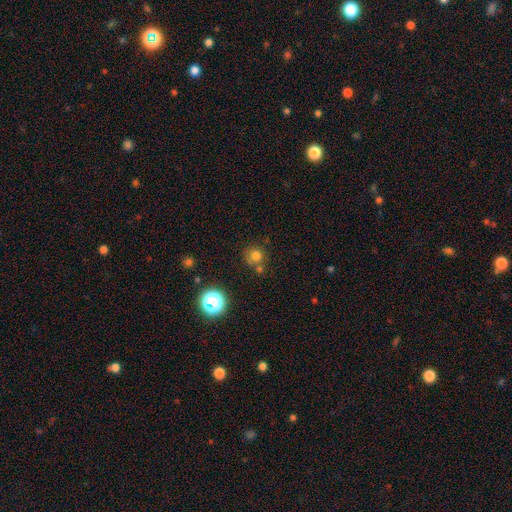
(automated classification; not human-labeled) smooth_or_featured: smooth (p=0.73) [alt: star or artifact p=0.17]
how_rounded: round (p=0.89) [alt: in between p=0.10]
merging: none (p=0.63) [alt: merger p=0.19]